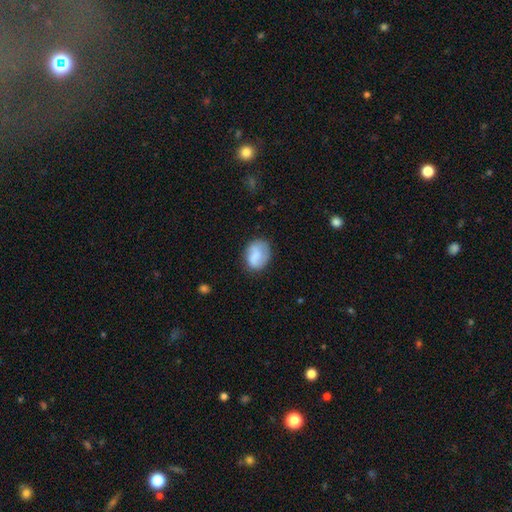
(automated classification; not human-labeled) A smooth galaxy with no disk features (74%) that is in between round and cigar-shaped (57%).

Vote fractions:
- Smooth or featured? smooth: 74% / featured or disk: 19% / star or artifact: 7%
- How rounded? in between: 57% / round: 42% / cigar-shaped: 1%
- Merging? none: 65% / minor disturbance: 24% / major disturbance: 8% / merger: 2%